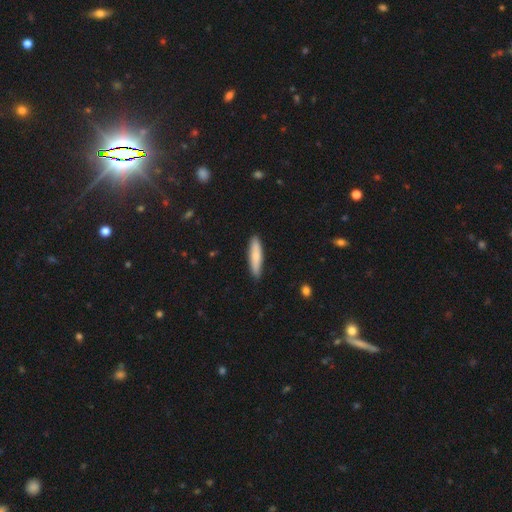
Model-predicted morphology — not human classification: type=smooth (79%); roundness=cigar-shaped (84%); merging=none (89%).